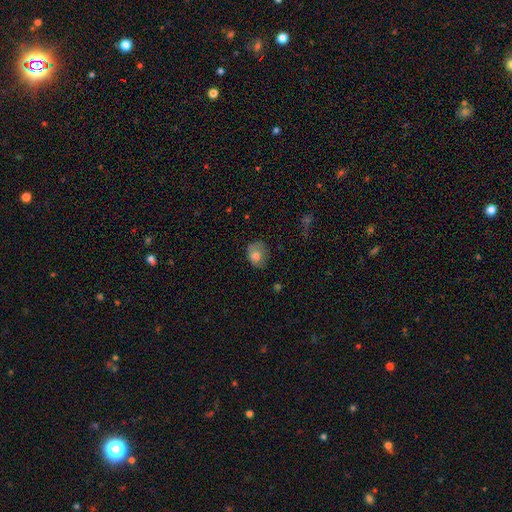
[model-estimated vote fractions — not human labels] The model was most divided on "how rounded": round: 50%, in between: 49%, cigar-shaped: 1%. More confident: smooth or featured — smooth (75%); merging — none (51%).